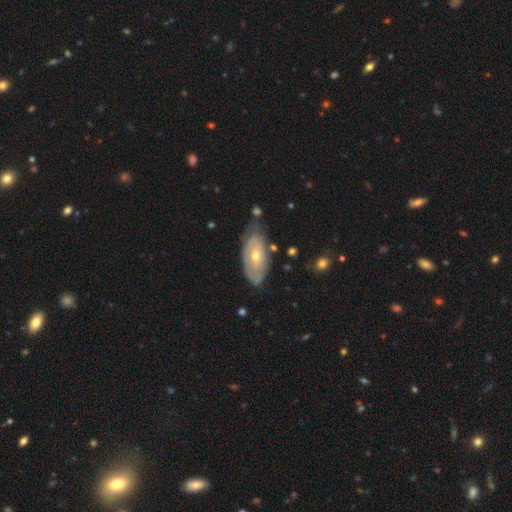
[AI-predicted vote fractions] A featured or disk galaxy (67%) with no bar (75%), spiral arms (61%) and a moderate central bulge (49%). Merging: none (64%).